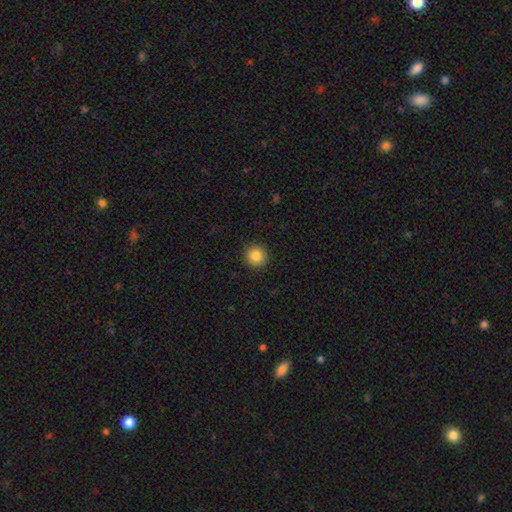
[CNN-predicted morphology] Q: Smooth or featured?
A: smooth (86%); runner-up: star or artifact (9%)
Q: How rounded?
A: round (94%); runner-up: in between (5%)
Q: Merging?
A: none (92%); runner-up: minor disturbance (5%)